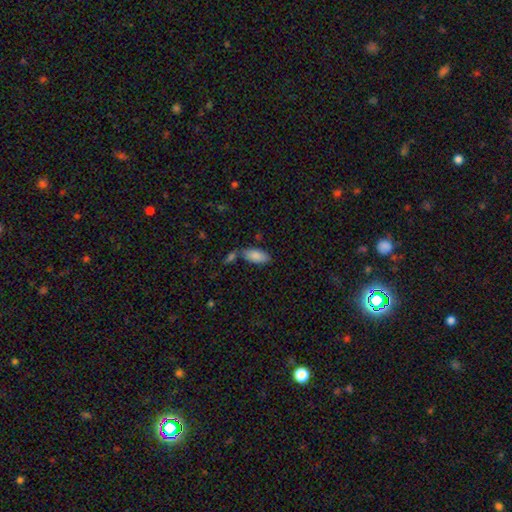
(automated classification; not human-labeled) smooth-or-featured: smooth: 86% | featured or disk: 7% | star or artifact: 7%
  how-rounded: in between: 89% | cigar-shaped: 10% | round: 2%
  merging: none: 64% | merger: 18% | minor disturbance: 15% | major disturbance: 4%